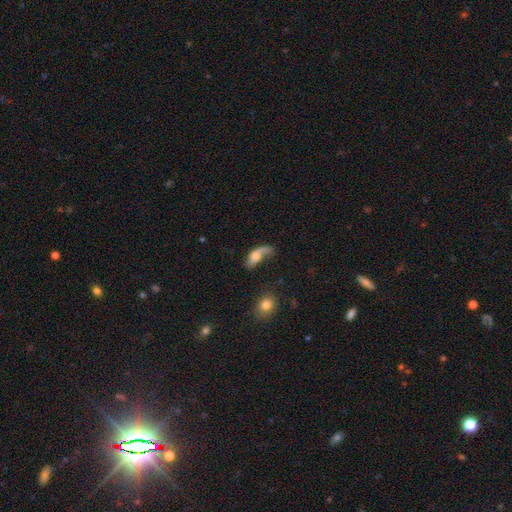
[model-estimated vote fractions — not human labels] A featured or disk galaxy (46%). Merging: major disturbance (39%).